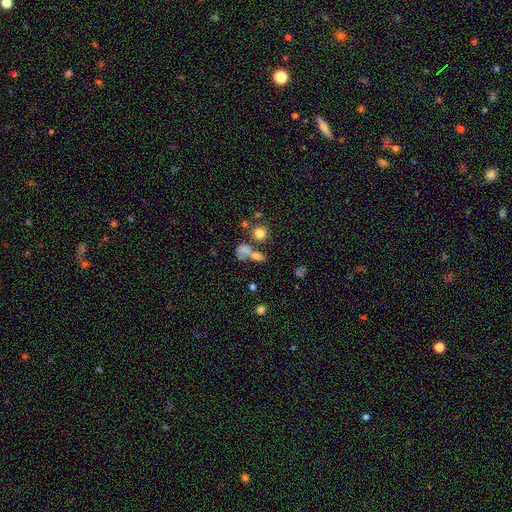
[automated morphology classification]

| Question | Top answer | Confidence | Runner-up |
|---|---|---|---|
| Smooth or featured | smooth | 66% | star or artifact (18%) |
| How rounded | in between | 51% | round (42%) |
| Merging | merger | 38% | tied: none (38%) |